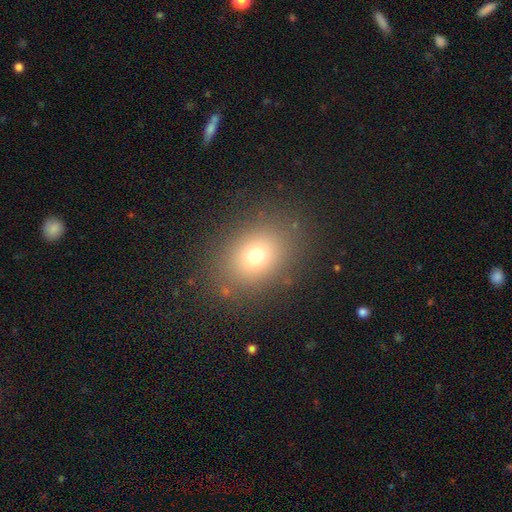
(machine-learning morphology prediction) Smooth or featured: smooth — 70% (star or artifact — 17%)
How rounded: in between — 53% (round — 46%)
Merging: none — 84% (minor disturbance — 9%)